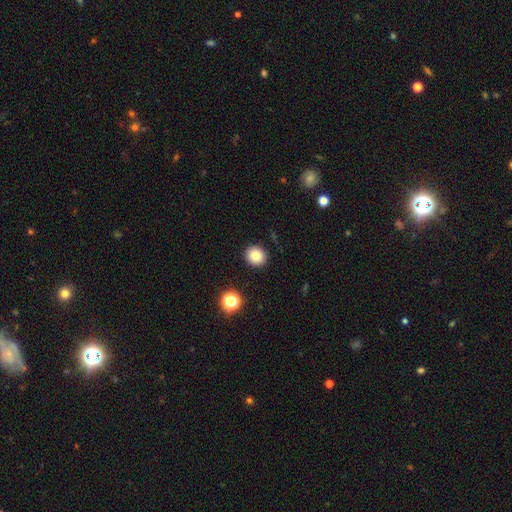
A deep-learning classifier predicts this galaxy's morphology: This is clearly a smooth galaxy (81%). How rounded: likely round (80%). Merging: clearly none (90%).